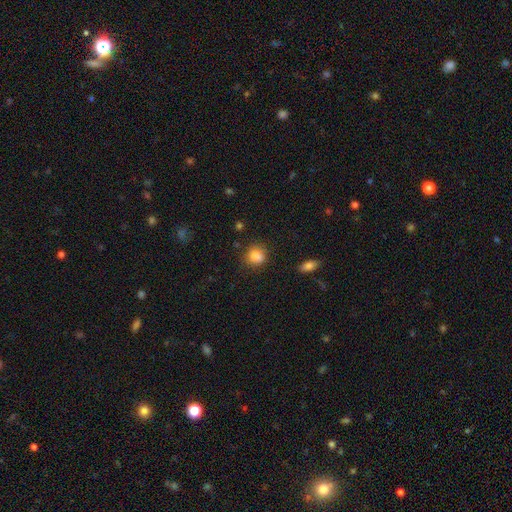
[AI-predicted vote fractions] This appears to be a smooth galaxy with no disk features (85%) that is round (64%). Merging: none (74%).